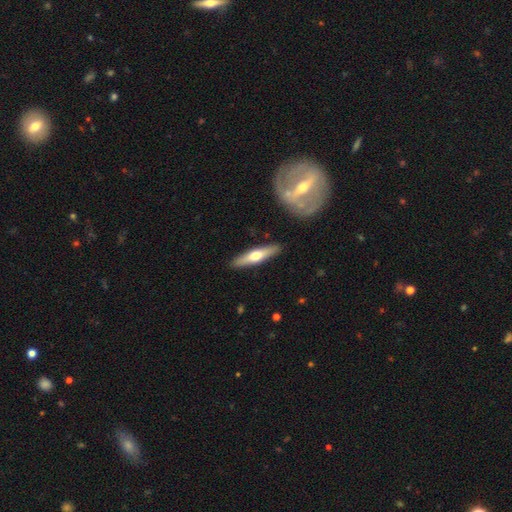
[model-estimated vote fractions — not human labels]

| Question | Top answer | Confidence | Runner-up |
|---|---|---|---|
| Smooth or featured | featured or disk | 48% | smooth (47%) |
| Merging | none | 89% | minor disturbance (7%) |